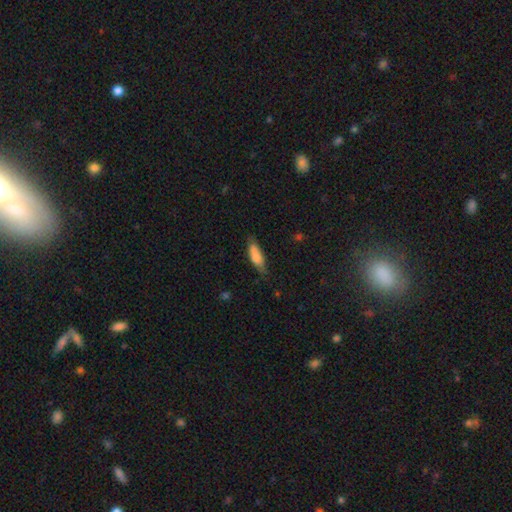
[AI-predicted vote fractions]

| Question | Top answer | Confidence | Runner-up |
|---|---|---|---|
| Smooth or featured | smooth | 82% | featured or disk (11%) |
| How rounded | in between | 52% | cigar-shaped (46%) |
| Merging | none | 65% | minor disturbance (27%) |